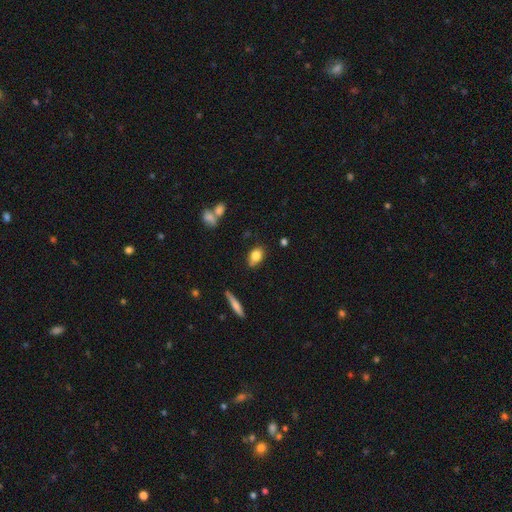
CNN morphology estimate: Smooth or featured? Predicted: smooth (p=0.80). How rounded? Predicted: in between (p=0.73). Merging? Predicted: none (p=0.68).